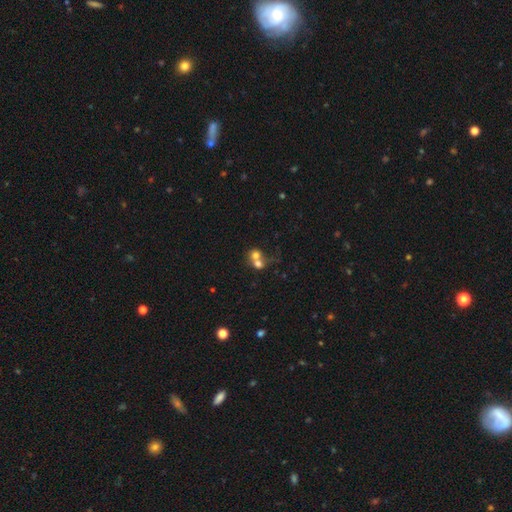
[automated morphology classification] Q: Smooth or featured?
A: smooth (66%); runner-up: featured or disk (22%)
Q: How rounded?
A: round (74%); runner-up: in between (25%)
Q: Merging?
A: merger (70%); runner-up: none (20%)